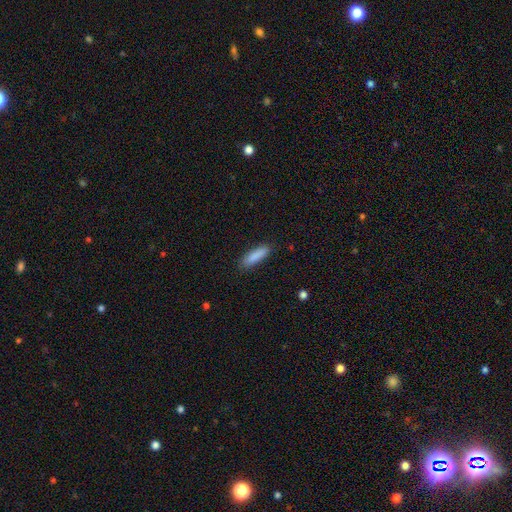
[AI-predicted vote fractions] Smooth or featured: smooth — 87% (featured or disk — 6%)
How rounded: cigar-shaped — 67% (in between — 32%)
Merging: none — 86% (minor disturbance — 10%)